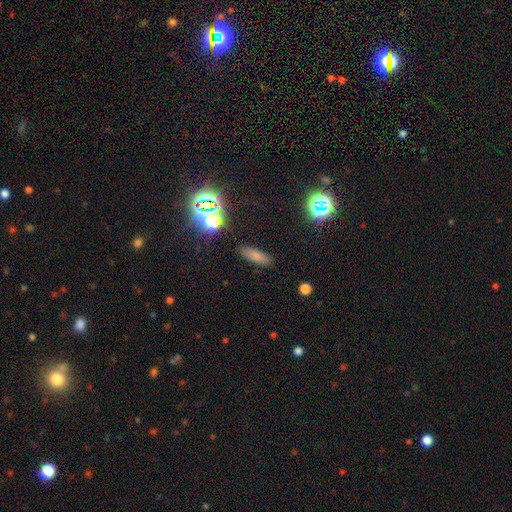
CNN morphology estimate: Smooth or featured? smooth (75%)
How rounded? in between (50%)
Merging? none (88%)